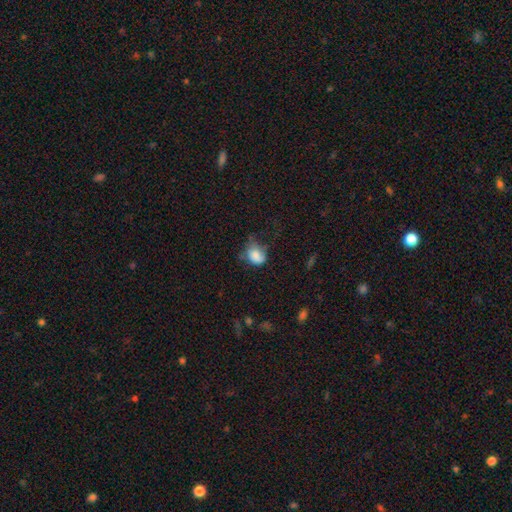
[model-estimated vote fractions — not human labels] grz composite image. It shows a smooth galaxy with no disk features (76%) that is in between round and cigar-shaped (56%). Merging: minor disturbance (37%).